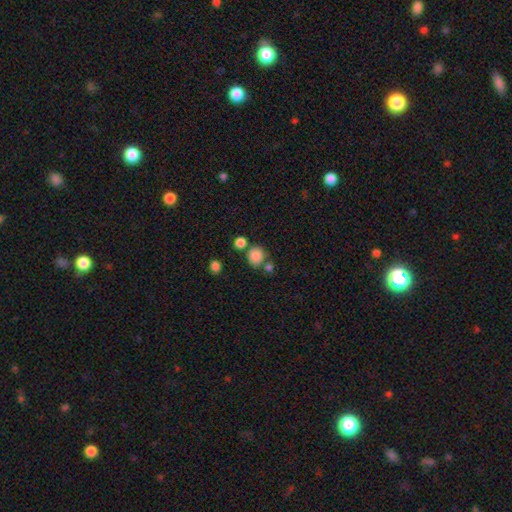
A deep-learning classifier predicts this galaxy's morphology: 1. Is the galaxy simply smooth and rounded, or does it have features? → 85% smooth, 11% star or artifact, 5% featured or disk.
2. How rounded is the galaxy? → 82% round, 17% in between, 1% cigar-shaped.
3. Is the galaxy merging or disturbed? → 67% none, 18% merger, 11% minor disturbance, 4% major disturbance.